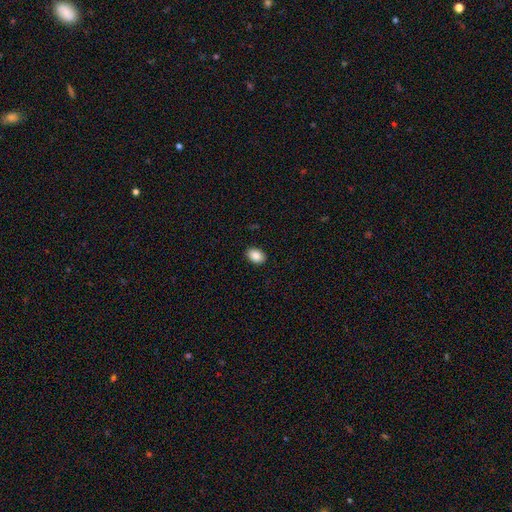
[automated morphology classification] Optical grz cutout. It shows a smooth galaxy with no disk features (88%) that is in between round and cigar-shaped (82%). Merging: none (90%).